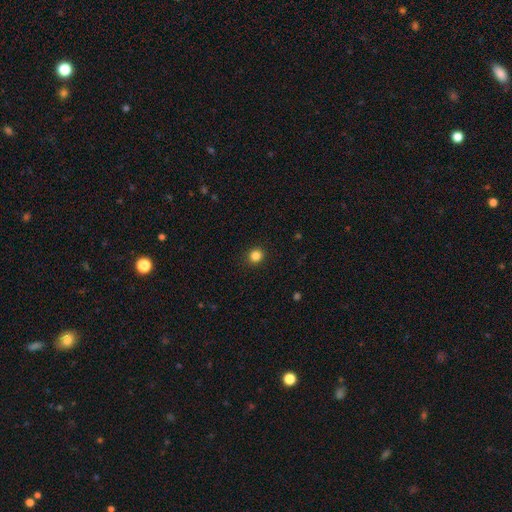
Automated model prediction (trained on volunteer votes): Q: Smooth or featured?
A: smooth (85%); runner-up: star or artifact (12%)
Q: How rounded?
A: round (87%); runner-up: in between (12%)
Q: Merging?
A: none (91%); runner-up: minor disturbance (6%)